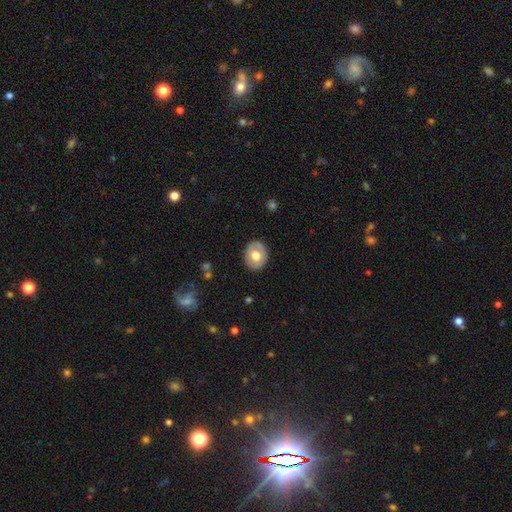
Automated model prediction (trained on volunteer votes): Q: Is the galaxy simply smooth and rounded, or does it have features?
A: smooth — 59%.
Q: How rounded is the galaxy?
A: round — 57%.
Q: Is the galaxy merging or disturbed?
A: none — 85%.